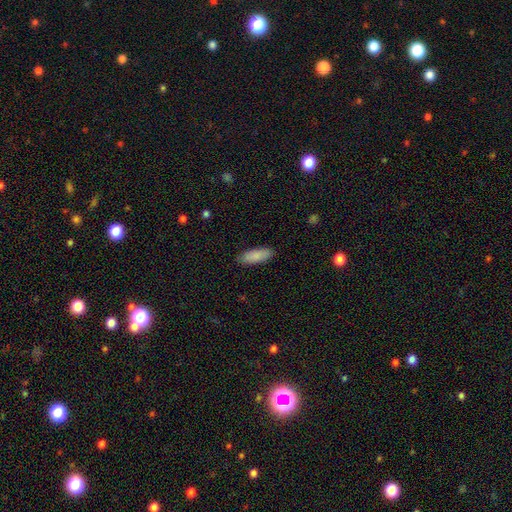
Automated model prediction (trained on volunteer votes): The model was most divided on "how rounded": in between: 61%, cigar-shaped: 38%, round: 2%. More confident: merging — none (89%); smooth or featured — smooth (87%).